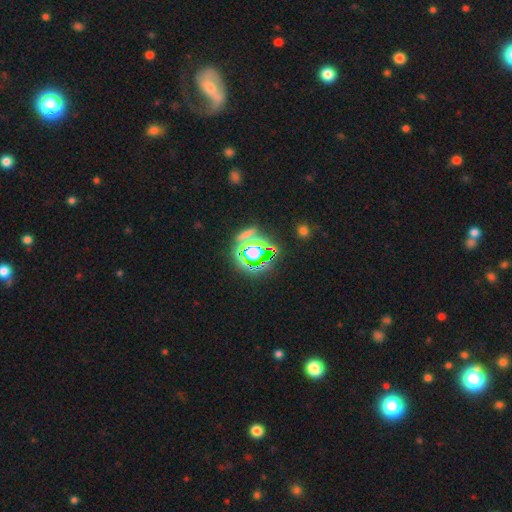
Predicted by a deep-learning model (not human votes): smooth_or_featured: star or artifact (p=0.65) [alt: smooth p=0.22]